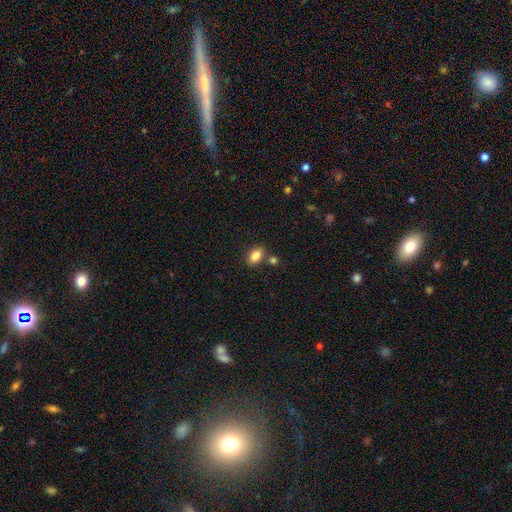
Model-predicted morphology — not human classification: This is clearly a smooth galaxy (85%). How rounded: clearly in between (85%). Merging: likely none (74%).